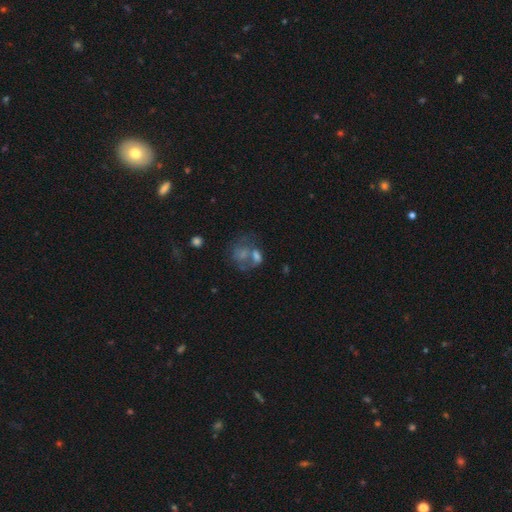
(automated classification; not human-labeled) smooth-or-featured: smooth: 48% | featured or disk: 38% | star or artifact: 14%
  merging: merger: 45% | none: 24% | major disturbance: 18% | minor disturbance: 13%